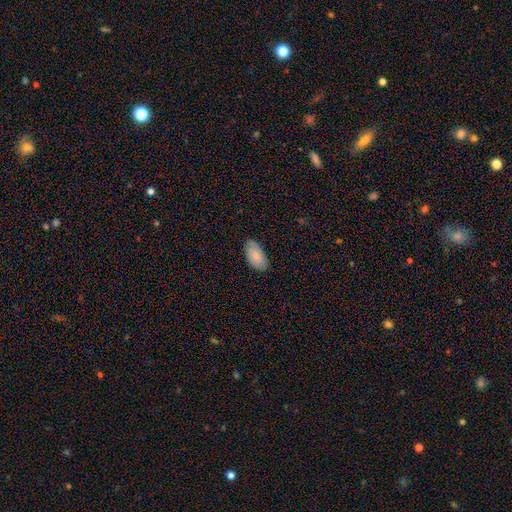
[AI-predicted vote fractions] smooth 79%, featured or disk 15%, star or artifact 6%. Down the decision tree: how rounded — in between (95%); merging — none (79%).